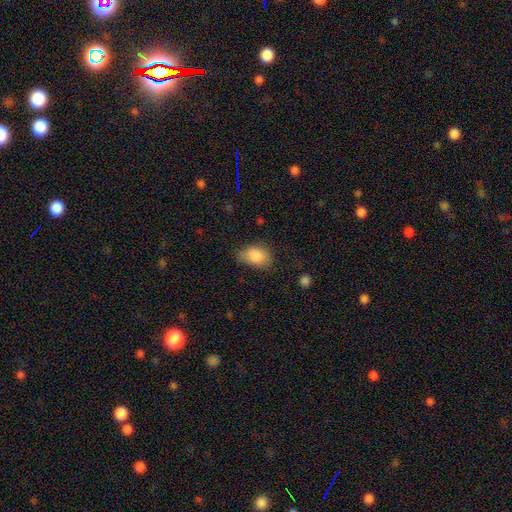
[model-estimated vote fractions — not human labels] Q: Smooth or featured?
A: smooth (86%); runner-up: star or artifact (7%)
Q: How rounded?
A: in between (86%); runner-up: round (12%)
Q: Merging?
A: none (61%); runner-up: minor disturbance (30%)